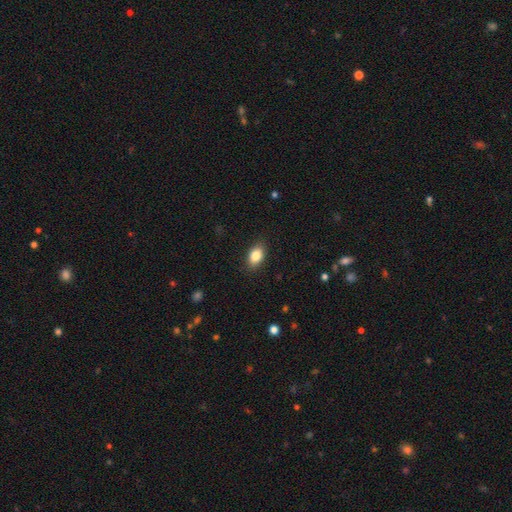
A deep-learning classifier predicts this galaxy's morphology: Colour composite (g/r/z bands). It shows a smooth galaxy with no disk features (85%) that is in between round and cigar-shaped (86%). Merging: none (87%).